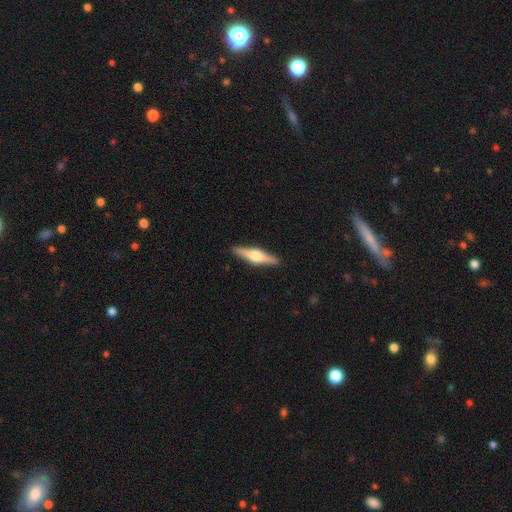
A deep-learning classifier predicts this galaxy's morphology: Overall: featured or disk (71%). Edge-on disk: yes (98%). Edge-on bulge: rounded (93%). Merging: none (91%).